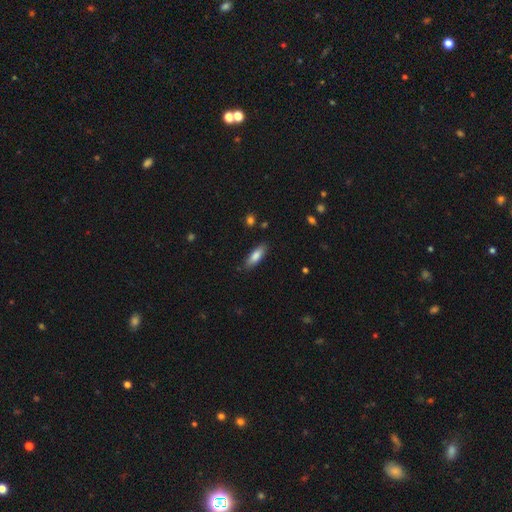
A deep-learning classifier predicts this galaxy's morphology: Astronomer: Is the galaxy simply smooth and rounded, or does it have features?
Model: smooth — 81%.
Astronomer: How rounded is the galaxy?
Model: in between — 55% (runner-up: cigar-shaped, 43%).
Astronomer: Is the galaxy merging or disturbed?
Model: none — 84%.